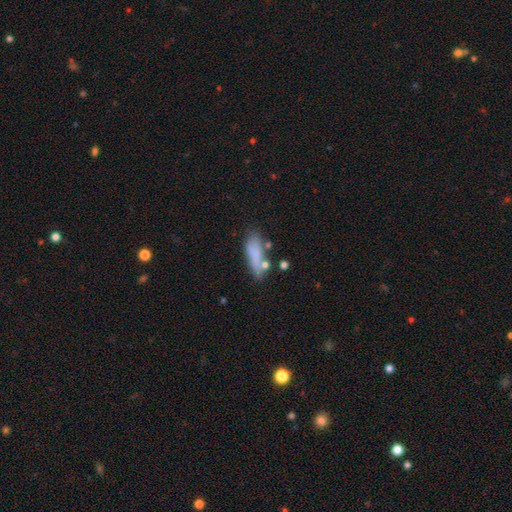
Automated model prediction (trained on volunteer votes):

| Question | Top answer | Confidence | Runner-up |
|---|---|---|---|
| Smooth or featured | smooth | 73% | featured or disk (18%) |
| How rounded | in between | 53% | cigar-shaped (44%) |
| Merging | none | 53% | minor disturbance (24%) |